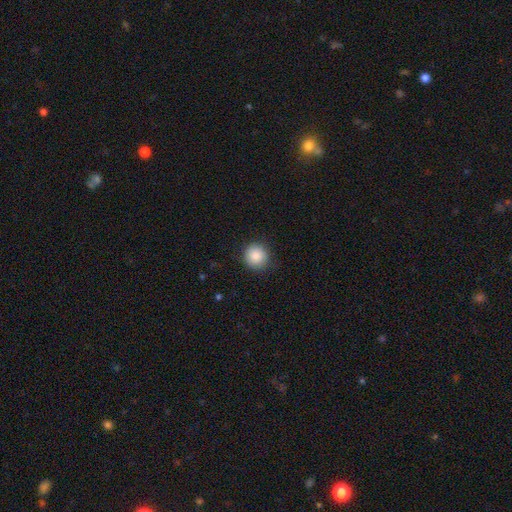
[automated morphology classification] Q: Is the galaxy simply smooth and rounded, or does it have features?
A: smooth — 87%.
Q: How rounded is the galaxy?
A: round — 93%.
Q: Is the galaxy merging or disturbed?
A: none — 88%.